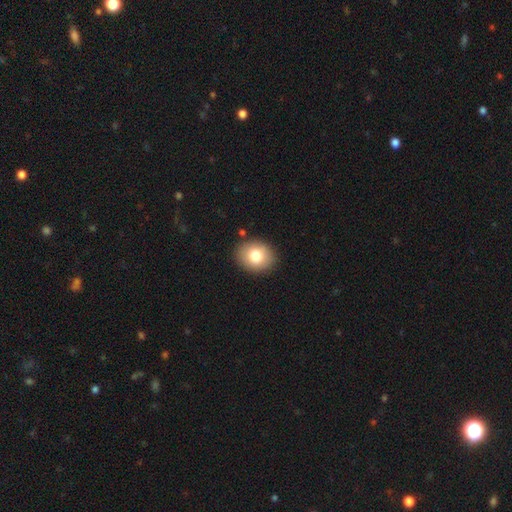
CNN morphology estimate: The model was most divided on "how rounded": round: 57%, in between: 42%, cigar-shaped: 1%. More confident: merging — none (88%); smooth or featured — smooth (79%).